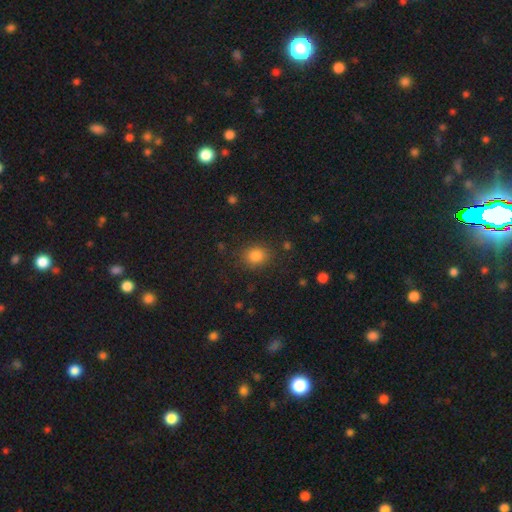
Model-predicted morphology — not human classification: smooth-or-featured: smooth: 84% | star or artifact: 11% | featured or disk: 5%
  how-rounded: round: 66% | in between: 33% | cigar-shaped: 1%
  merging: none: 84% | minor disturbance: 11% | major disturbance: 4% | merger: 2%